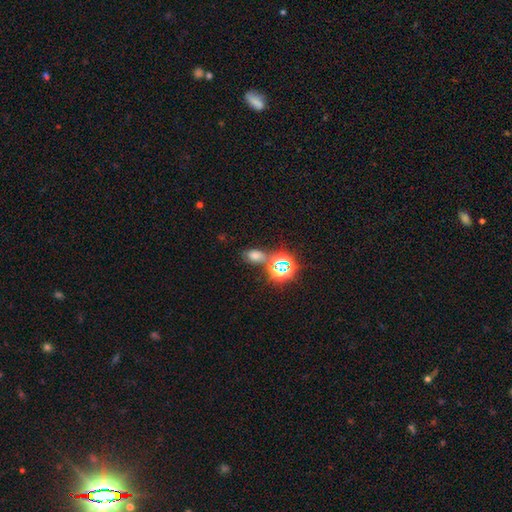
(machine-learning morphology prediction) Smooth or featured?
  - smooth: 57% *
  - star or artifact: 33%
  - featured or disk: 10%
How rounded?
  - in between: 79% *
  - round: 19%
  - cigar-shaped: 2%
Merging?
  - none: 64% *
  - merger: 15%
  - minor disturbance: 15%
  - major disturbance: 6%